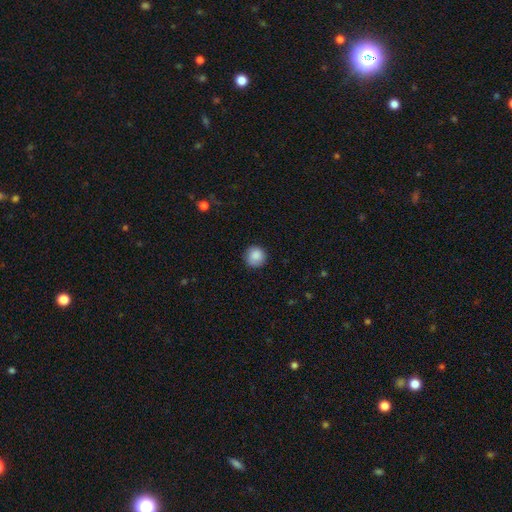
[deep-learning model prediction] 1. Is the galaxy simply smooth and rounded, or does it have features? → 88% smooth, 8% star or artifact, 4% featured or disk.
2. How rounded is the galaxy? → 94% round, 5% in between, 1% cigar-shaped.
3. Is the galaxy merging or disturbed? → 88% none, 9% minor disturbance, 2% major disturbance, 1% merger.